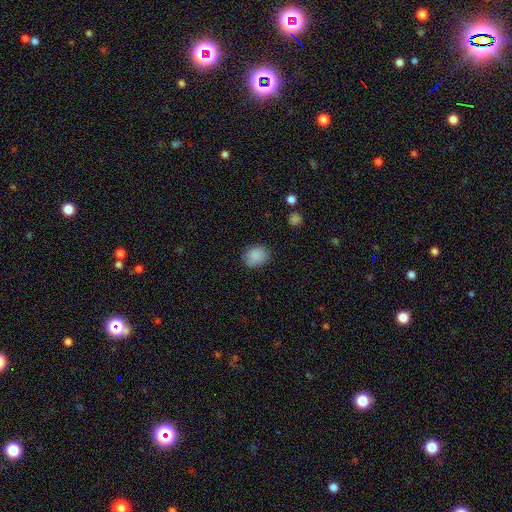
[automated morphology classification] Smooth or featured?
  - smooth: 88% *
  - star or artifact: 8%
  - featured or disk: 4%
How rounded?
  - in between: 53% *
  - round: 46%
  - cigar-shaped: 1%
Merging?
  - none: 85% *
  - minor disturbance: 11%
  - major disturbance: 3%
  - merger: 1%